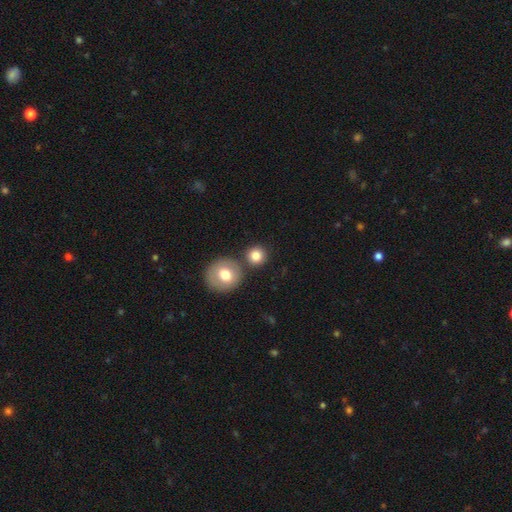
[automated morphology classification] Smooth or featured?
  - smooth: 81% *
  - star or artifact: 10%
  - featured or disk: 9%
How rounded?
  - round: 91% *
  - in between: 8%
  - cigar-shaped: 1%
Merging?
  - none: 73% *
  - merger: 16%
  - minor disturbance: 8%
  - major disturbance: 3%